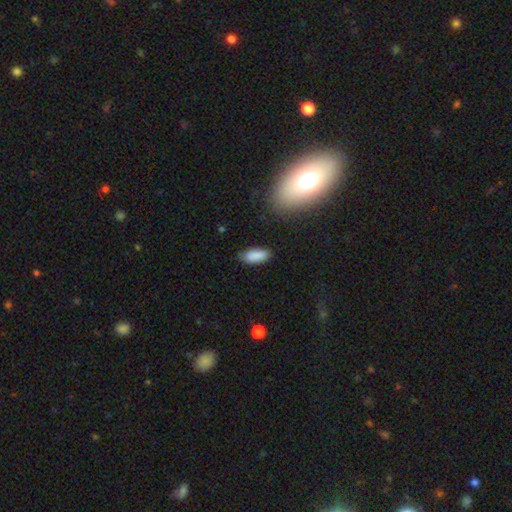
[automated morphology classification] This appears to be a smooth galaxy with no disk features (88%) that is in between round and cigar-shaped (84%). Merging: none (80%).